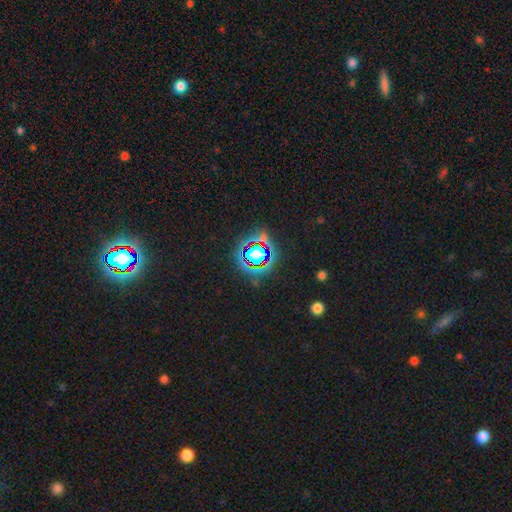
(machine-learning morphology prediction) Q: Smooth or featured?
A: star or artifact (75%); runner-up: smooth (15%)